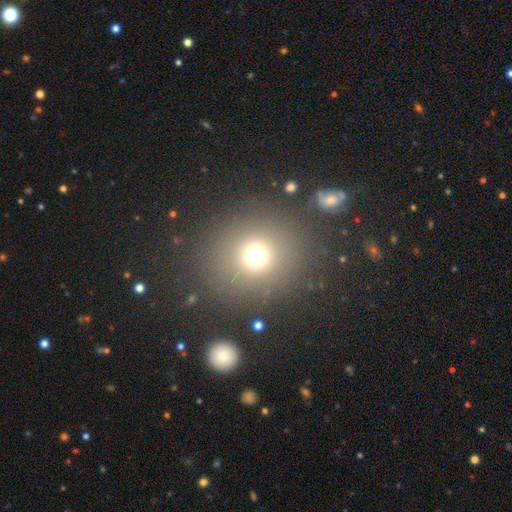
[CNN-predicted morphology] Smooth or featured?
  - smooth: 70% *
  - star or artifact: 20%
  - featured or disk: 10%
How rounded?
  - round: 85% *
  - in between: 14%
  - cigar-shaped: 1%
Merging?
  - none: 82% *
  - minor disturbance: 8%
  - major disturbance: 5%
  - merger: 5%